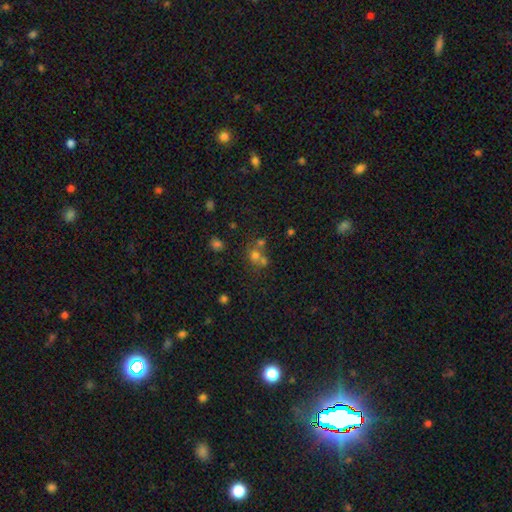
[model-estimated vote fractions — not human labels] This is possibly a smooth galaxy (55%). How rounded: likely round (79%). Merging: marginally merger (44%, tied with none).